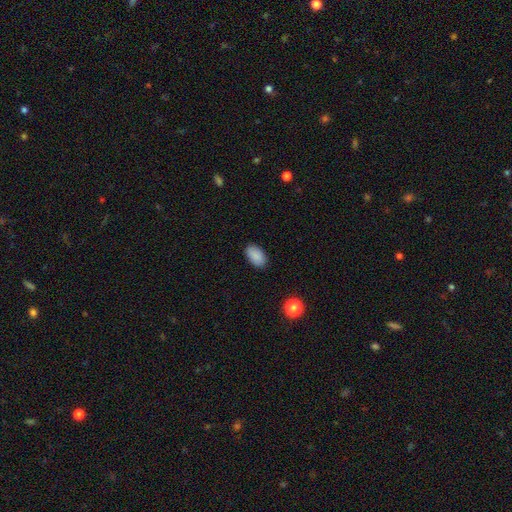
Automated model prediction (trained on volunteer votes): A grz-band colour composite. It shows a smooth galaxy with no disk features (88%) that is in between round and cigar-shaped (94%). Merging: none (88%).